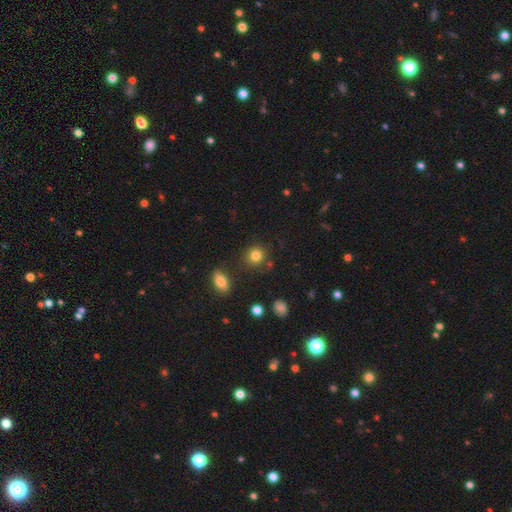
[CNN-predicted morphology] smooth_or_featured: smooth (p=0.83) [alt: star or artifact p=0.11]
how_rounded: round (p=0.85) [alt: in between p=0.14]
merging: none (p=0.82) [alt: minor disturbance p=0.10]